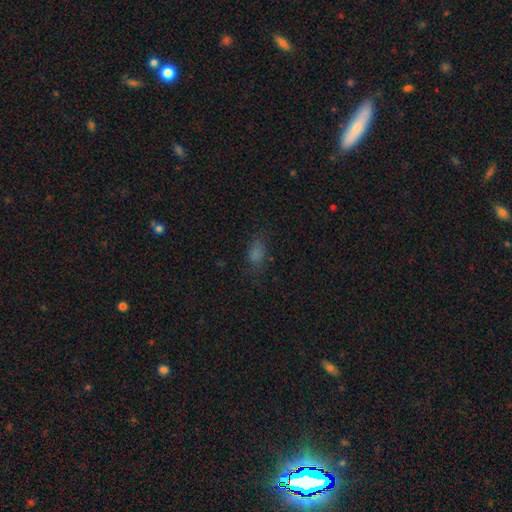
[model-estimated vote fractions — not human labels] smooth_or_featured: smooth (p=0.74) [alt: star or artifact p=0.18]
how_rounded: in between (p=0.83) [alt: round p=0.09]
merging: none (p=0.68) [alt: minor disturbance p=0.21]